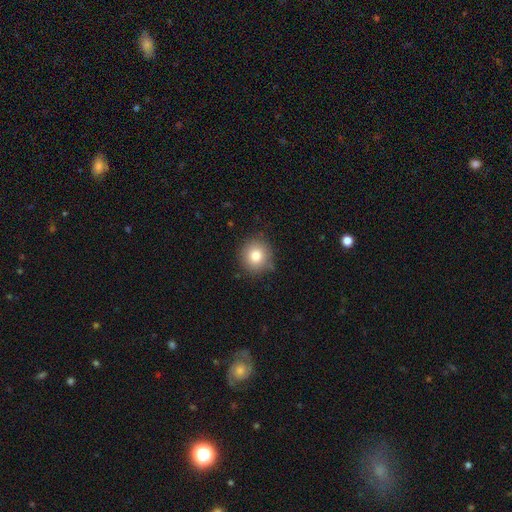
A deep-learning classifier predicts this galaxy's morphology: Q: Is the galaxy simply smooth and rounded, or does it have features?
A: smooth — 80%.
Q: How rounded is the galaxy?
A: round — 92%.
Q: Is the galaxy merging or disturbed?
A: none — 85%.